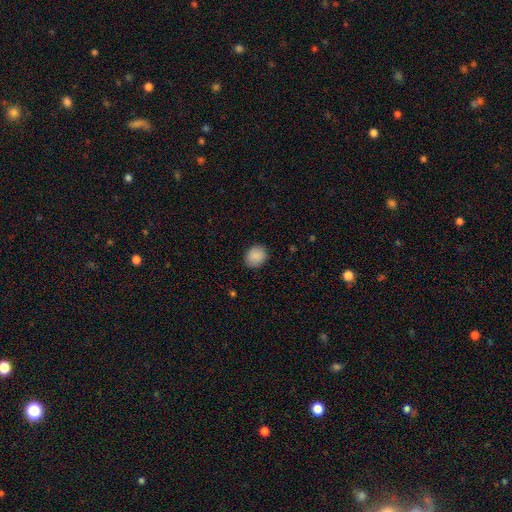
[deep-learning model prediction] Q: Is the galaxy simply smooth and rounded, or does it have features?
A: smooth — 89%.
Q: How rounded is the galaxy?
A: round — 57%.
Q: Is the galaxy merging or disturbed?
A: none — 86%.